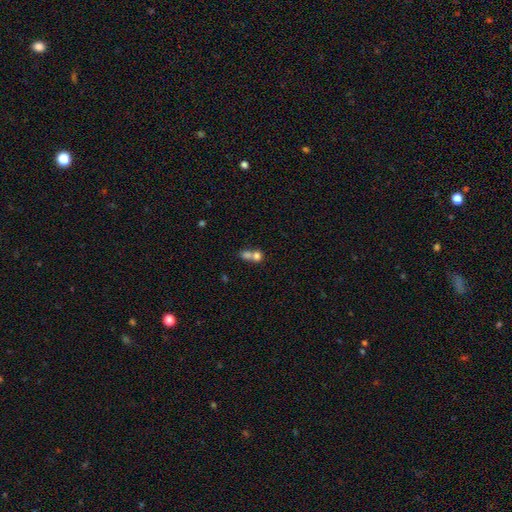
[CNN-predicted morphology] smooth 74%, featured or disk 15%, star or artifact 11%. Down the decision tree: how rounded — round (65%); merging — merger (69%).